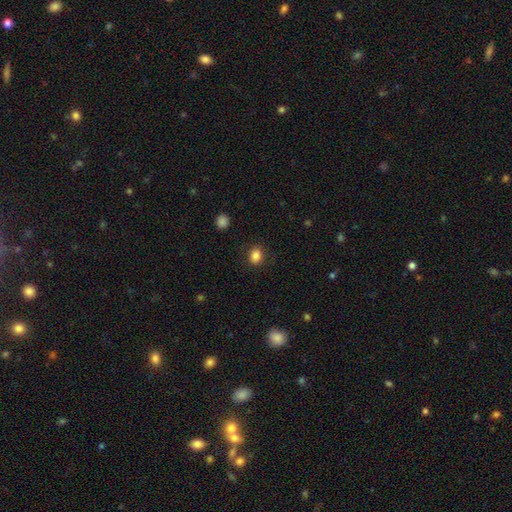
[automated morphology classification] Smooth or featured: smooth — 85% (star or artifact — 10%)
How rounded: round — 61% (in between — 38%)
Merging: none — 85% (minor disturbance — 10%)